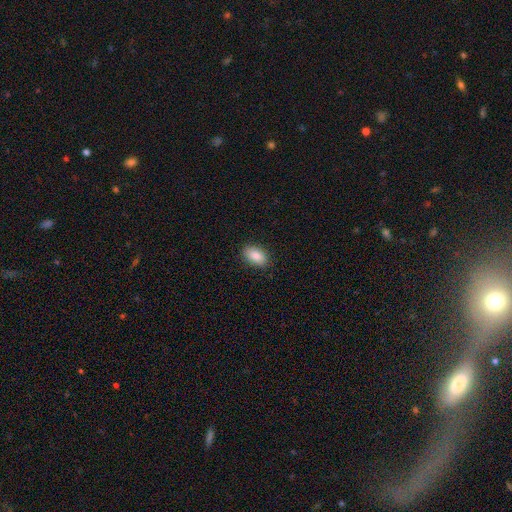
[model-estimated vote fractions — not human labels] Smooth or featured?
  - smooth: 87% *
  - star or artifact: 7%
  - featured or disk: 6%
How rounded?
  - in between: 91% *
  - round: 7%
  - cigar-shaped: 2%
Merging?
  - none: 88% *
  - minor disturbance: 9%
  - major disturbance: 2%
  - merger: 1%